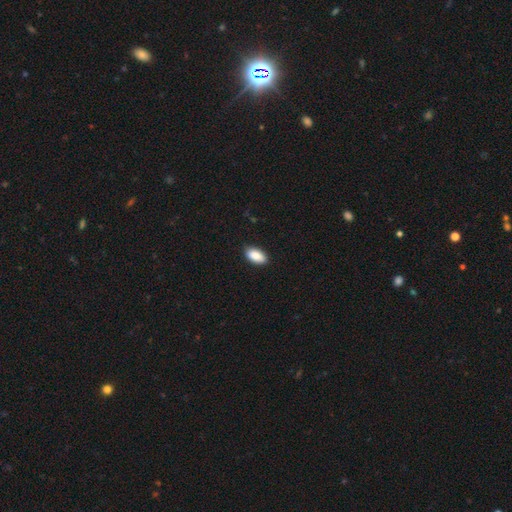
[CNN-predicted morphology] smooth-or-featured: smooth: 90% | star or artifact: 6% | featured or disk: 4%
  how-rounded: in between: 94% | cigar-shaped: 3% | round: 3%
  merging: none: 88% | minor disturbance: 9% | major disturbance: 2% | merger: 1%